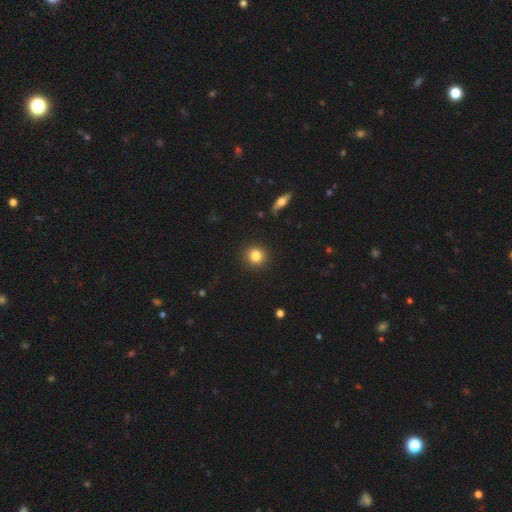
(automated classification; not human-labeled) Smooth or featured?
  - smooth: 83% *
  - star or artifact: 10%
  - featured or disk: 7%
How rounded?
  - round: 92% *
  - in between: 7%
  - cigar-shaped: 1%
Merging?
  - none: 91% *
  - minor disturbance: 6%
  - major disturbance: 2%
  - merger: 1%